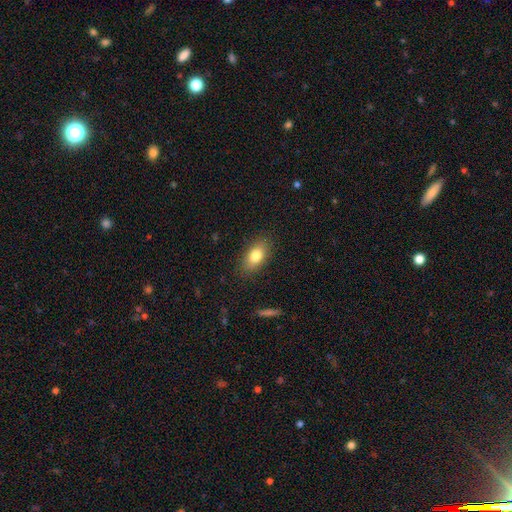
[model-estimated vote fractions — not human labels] A smooth galaxy with no disk features (79%) that is in between round and cigar-shaped (86%).

Vote fractions:
- Smooth or featured? smooth: 79% / featured or disk: 13% / star or artifact: 8%
- How rounded? in between: 86% / round: 7% / cigar-shaped: 7%
- Merging? none: 86% / minor disturbance: 10% / major disturbance: 3% / merger: 1%